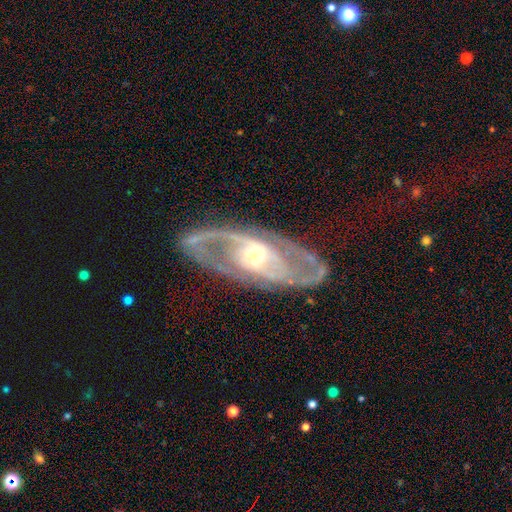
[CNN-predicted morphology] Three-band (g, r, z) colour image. It shows a featured or disk galaxy (87%) with no bar (46%), 2 (82%) medium (48%) spiral arms (88%) and a moderate central bulge (53%). Merging: none (80%).